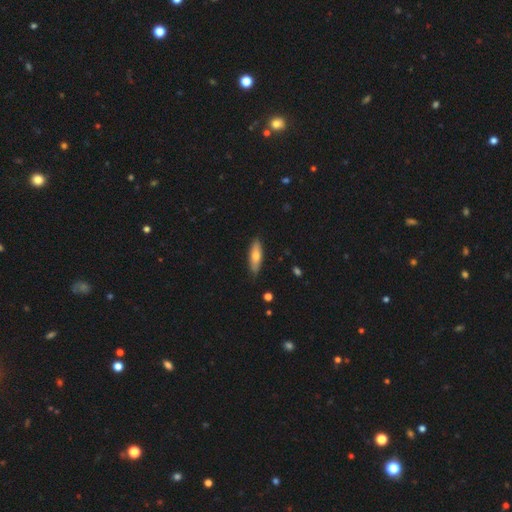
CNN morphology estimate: A smooth galaxy with no disk features (67%) that is cigar-shaped (53%).

Vote fractions:
- Smooth or featured? smooth: 67% / featured or disk: 27% / star or artifact: 6%
- How rounded? cigar-shaped: 53% / in between: 44% / round: 2%
- Merging? none: 85% / minor disturbance: 12% / major disturbance: 2% / merger: 1%